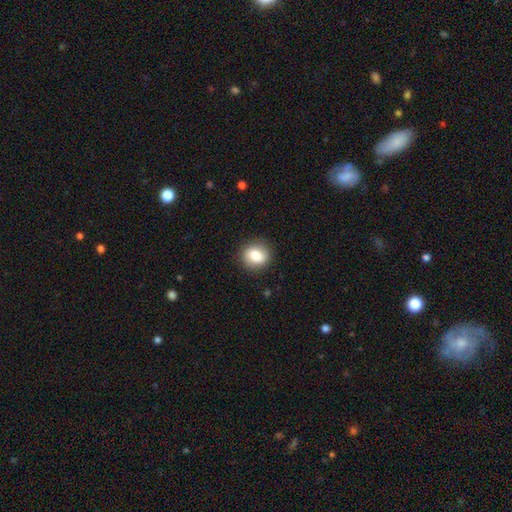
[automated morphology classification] Smooth or featured? smooth (75%)
How rounded? round (81%)
Merging? none (87%)